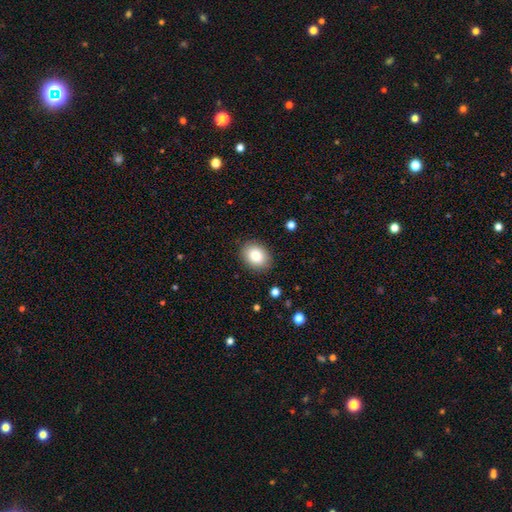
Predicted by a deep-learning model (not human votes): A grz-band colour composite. It shows a smooth galaxy with no disk features (85%) that is in between round and cigar-shaped (64%). Merging: none (88%).